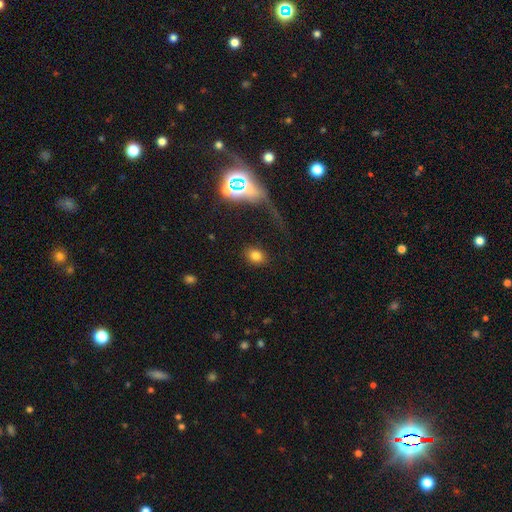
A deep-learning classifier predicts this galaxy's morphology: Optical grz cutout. It shows a smooth galaxy with no disk features (77%) that is in between round and cigar-shaped (59%). Merging: none (83%).